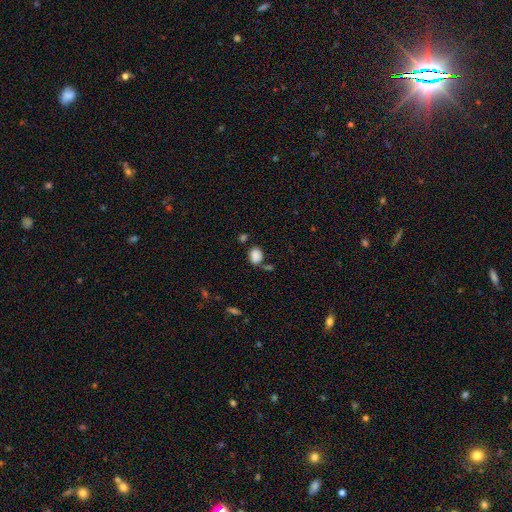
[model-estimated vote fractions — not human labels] A smooth galaxy with no disk features (85%) that is in between round and cigar-shaped (60%).

Vote fractions:
- Smooth or featured? smooth: 85% / star or artifact: 10% / featured or disk: 5%
- How rounded? in between: 60% / round: 39% / cigar-shaped: 1%
- Merging? none: 62% / minor disturbance: 19% / merger: 13% / major disturbance: 6%